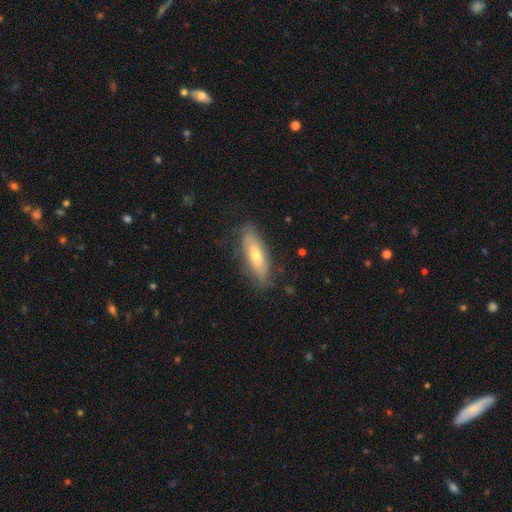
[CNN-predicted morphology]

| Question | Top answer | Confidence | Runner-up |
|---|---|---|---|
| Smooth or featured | smooth | 47% | featured or disk (46%) |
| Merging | none | 78% | minor disturbance (17%) |